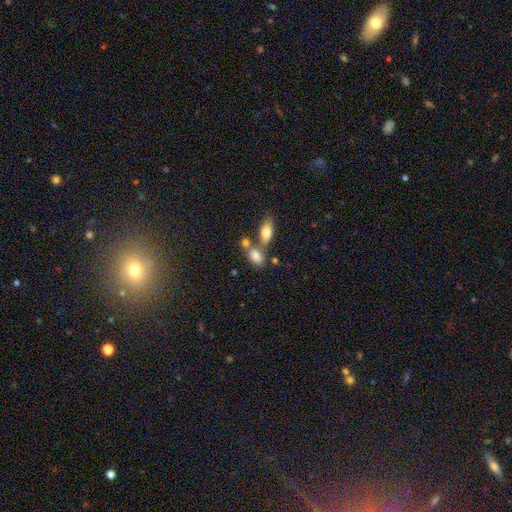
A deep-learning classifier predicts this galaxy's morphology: Smooth or featured?
  - smooth: 77% *
  - featured or disk: 14%
  - star or artifact: 9%
How rounded?
  - in between: 85% *
  - round: 9%
  - cigar-shaped: 6%
Merging?
  - merger: 44% *
  - none: 41%
  - minor disturbance: 11%
  - major disturbance: 5%